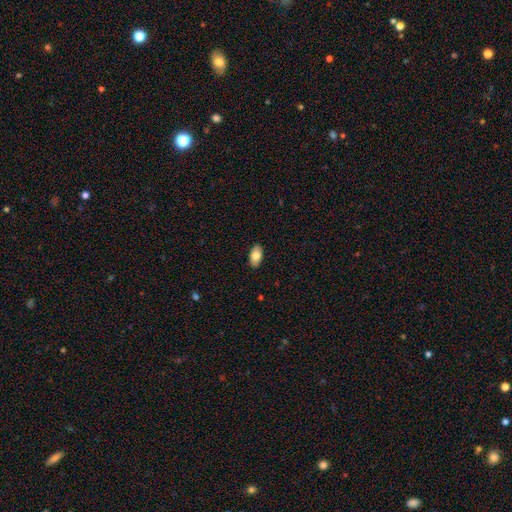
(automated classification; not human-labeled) This is clearly a smooth galaxy (80%). How rounded: clearly in between (94%). Merging: clearly none (89%).